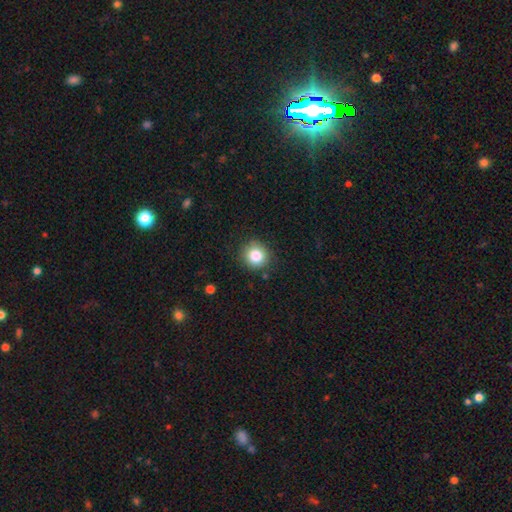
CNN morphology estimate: smooth 83%, star or artifact 10%, featured or disk 7%. Down the decision tree: how rounded — round (91%); merging — none (87%).